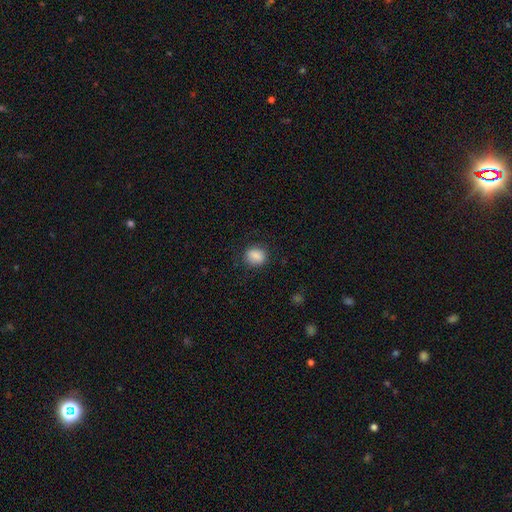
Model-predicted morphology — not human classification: Smooth or featured? Predicted: smooth (p=0.87). How rounded? Predicted: round (p=0.64). Merging? Predicted: none (p=0.84).